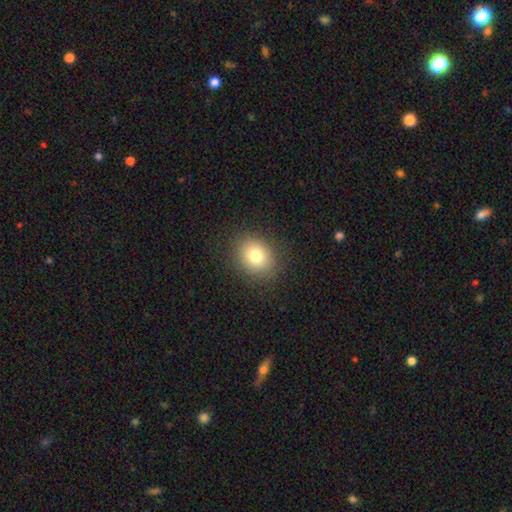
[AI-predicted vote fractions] Smooth or featured? Predicted: smooth (p=0.78). How rounded? Predicted: round (p=0.63). Merging? Predicted: none (p=0.87).